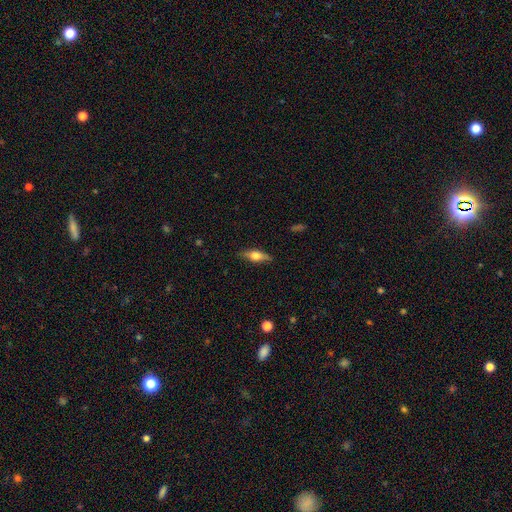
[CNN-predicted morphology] Smooth or featured? Predicted: smooth (p=0.48). Merging? Predicted: none (p=0.83).